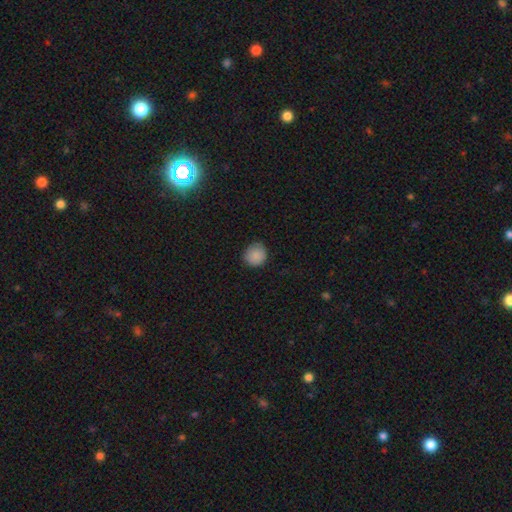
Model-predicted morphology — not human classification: Smooth or featured?
  - smooth: 88% *
  - star or artifact: 9%
  - featured or disk: 4%
How rounded?
  - round: 87% *
  - in between: 12%
  - cigar-shaped: 1%
Merging?
  - none: 81% *
  - minor disturbance: 15%
  - major disturbance: 3%
  - merger: 1%